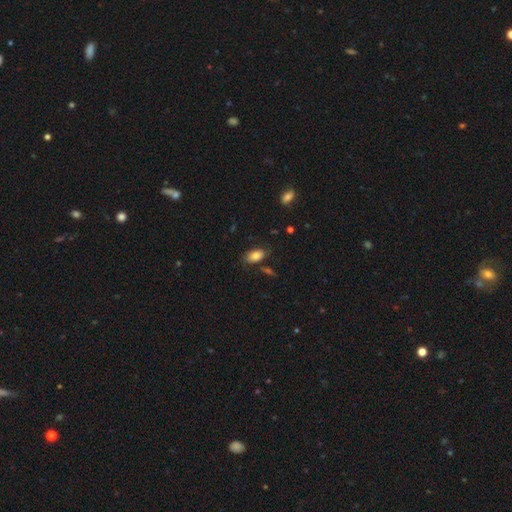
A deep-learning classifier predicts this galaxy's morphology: This is likely a smooth galaxy (80%). How rounded: clearly in between (92%). Merging: likely none (72%).